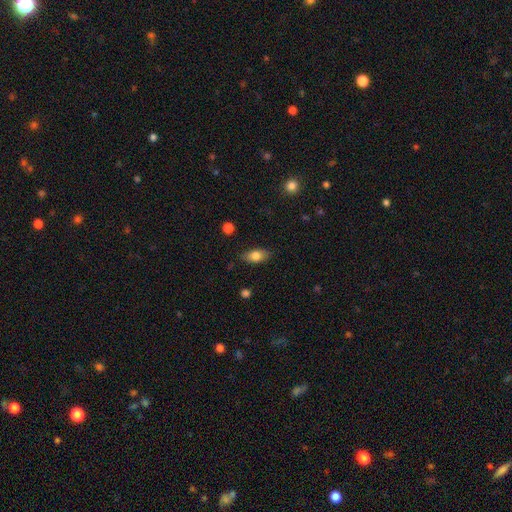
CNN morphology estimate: type=smooth (79%); roundness=in between (88%); merging=none (83%).